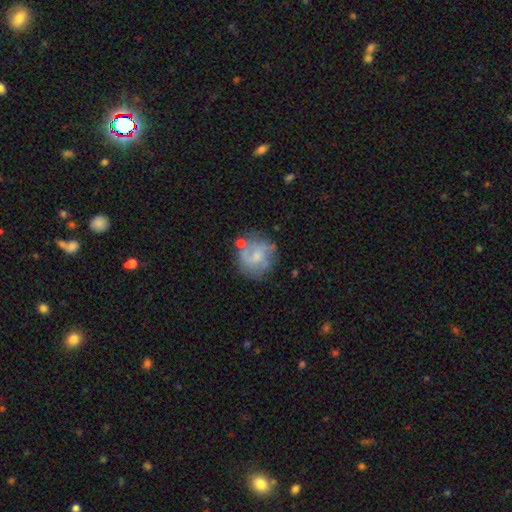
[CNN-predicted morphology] Smooth or featured? Predicted: featured or disk (p=0.50). Merging? Predicted: none (p=0.59).